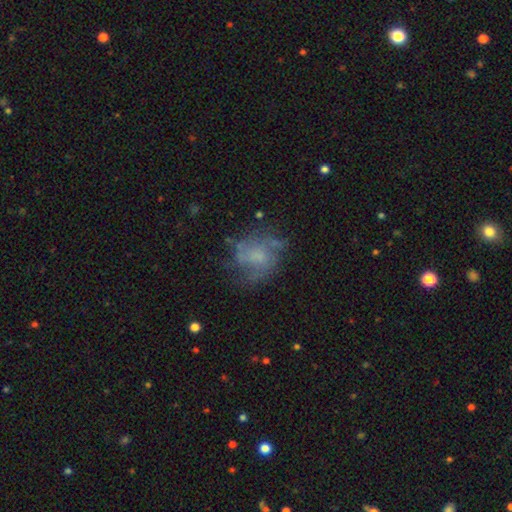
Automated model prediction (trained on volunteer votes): A featured or disk galaxy (55%) with no bar (73%), spiral arms (66%) and no central bulge (40%).

Vote fractions:
- Smooth or featured? featured or disk: 55% / smooth: 33% / star or artifact: 12%
- Edge-on disk? no: 98% / yes: 2%
- Bar? no: 73% / weak: 23% / strong: 3%
- Spiral arms? yes: 66% / no: 34%
- Bulge size? none: 40% / small: 30% / moderate: 23% / large: 6% / dominant: 2%
- Merging? none: 51% / major disturbance: 23% / minor disturbance: 23% / merger: 3%